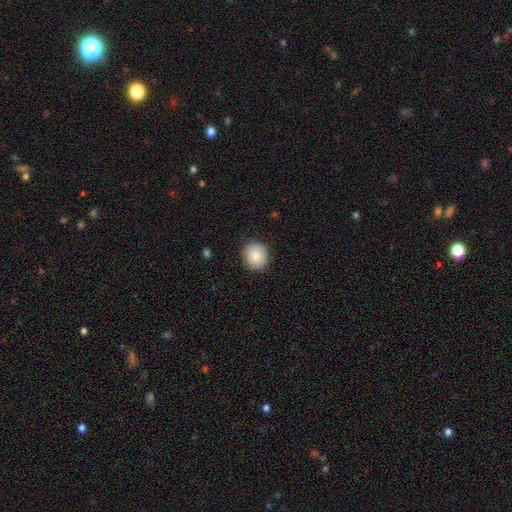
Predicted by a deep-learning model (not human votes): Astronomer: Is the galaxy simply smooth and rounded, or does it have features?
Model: smooth — 81%.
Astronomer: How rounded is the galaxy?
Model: round — 76%.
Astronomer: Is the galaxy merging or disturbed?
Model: none — 86%.